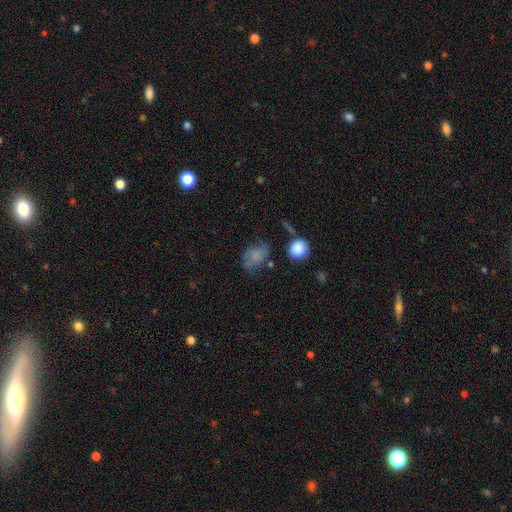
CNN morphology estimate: smooth 65%, featured or disk 23%, star or artifact 12%. Down the decision tree: how rounded — in between (73%); merging — none (50%).